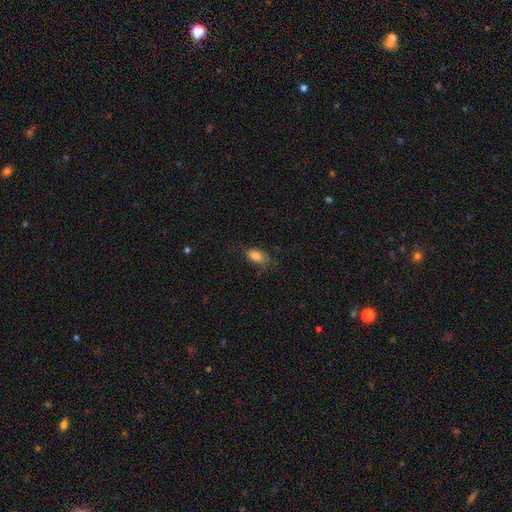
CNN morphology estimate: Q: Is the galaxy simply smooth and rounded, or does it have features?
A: smooth — 82%.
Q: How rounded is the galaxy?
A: in between — 89%.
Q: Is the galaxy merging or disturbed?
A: none — 64%.